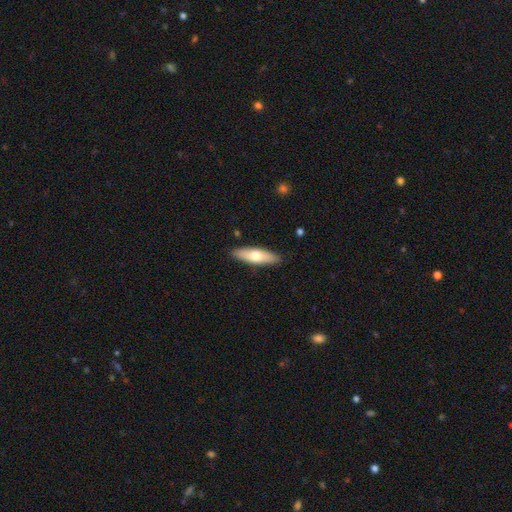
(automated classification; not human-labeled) Q: Smooth or featured?
A: smooth (64%); runner-up: featured or disk (31%)
Q: How rounded?
A: cigar-shaped (50%); runner-up: in between (48%)
Q: Merging?
A: none (89%); runner-up: minor disturbance (9%)